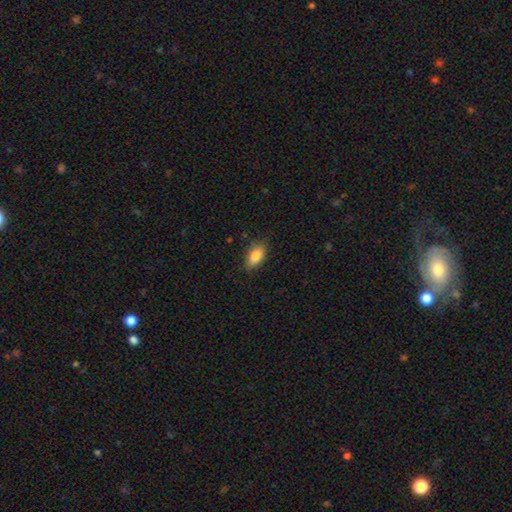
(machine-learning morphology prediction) The model was most divided on "merging": none: 81%, minor disturbance: 15%, major disturbance: 3%, merger: 1%. More confident: how rounded — in between (91%); smooth or featured — smooth (86%).